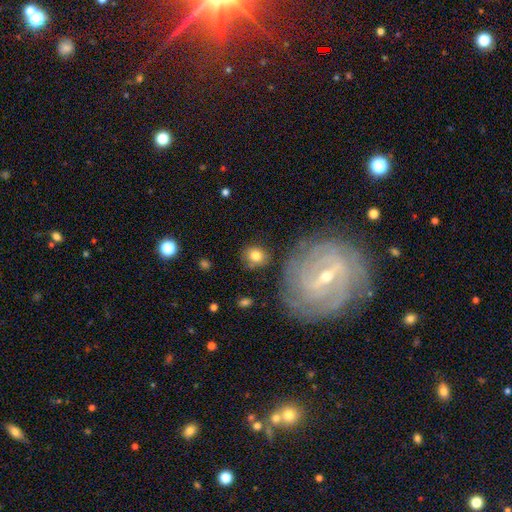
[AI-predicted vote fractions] Smooth or featured: smooth — 74% (featured or disk — 18%)
How rounded: round — 73% (in between — 26%)
Merging: none — 79% (minor disturbance — 11%)